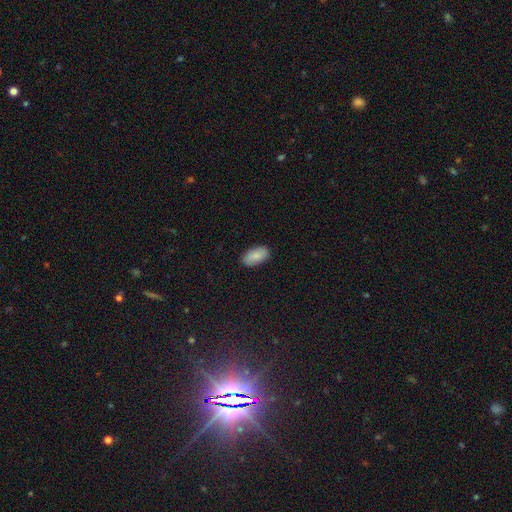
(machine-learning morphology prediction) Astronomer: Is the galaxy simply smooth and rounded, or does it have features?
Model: smooth — 87%.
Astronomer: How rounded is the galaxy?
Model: in between — 94%.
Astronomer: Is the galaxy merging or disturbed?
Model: none — 88%.